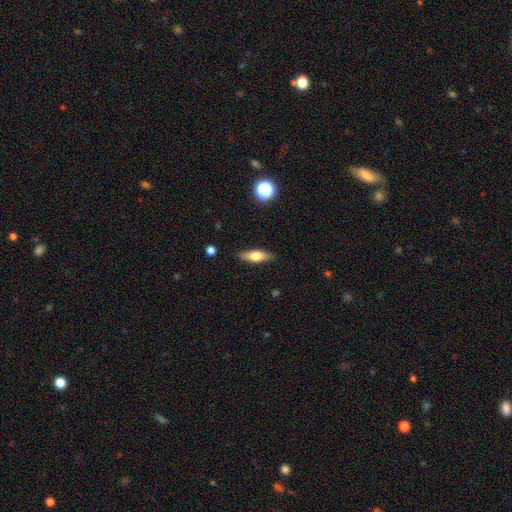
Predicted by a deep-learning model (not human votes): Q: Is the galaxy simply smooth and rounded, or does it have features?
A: smooth — 57%.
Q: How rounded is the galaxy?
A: in between — 51%.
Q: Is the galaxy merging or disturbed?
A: none — 87%.